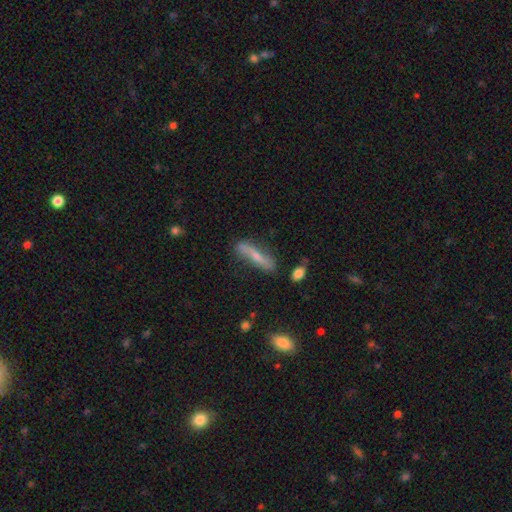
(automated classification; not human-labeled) smooth 50%, featured or disk 43%, star or artifact 7%. Down the decision tree: how rounded — cigar-shaped (82%); merging — none (71%).